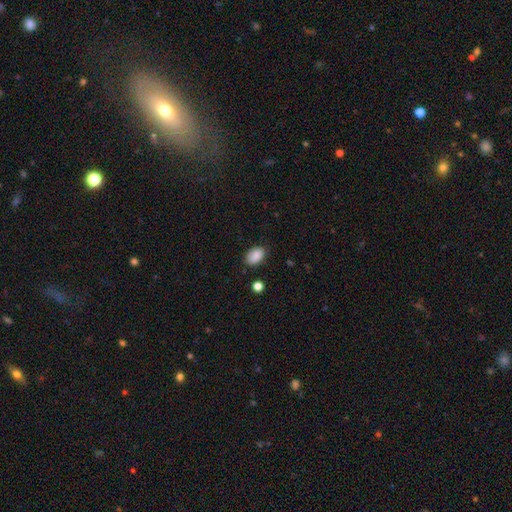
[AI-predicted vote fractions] This is clearly a smooth galaxy (88%). How rounded: clearly in between (87%). Merging: likely none (79%).